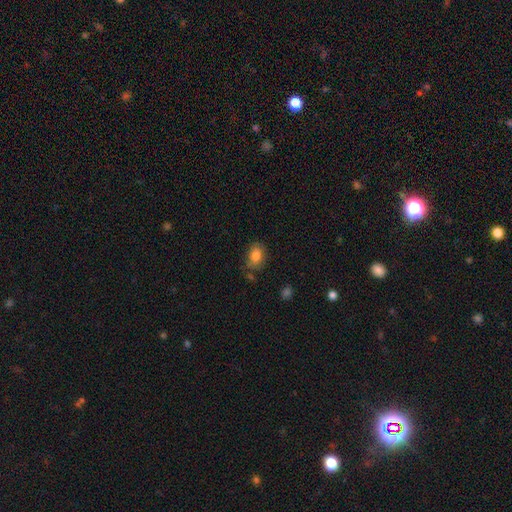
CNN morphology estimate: This is clearly a smooth galaxy (84%). How rounded: clearly in between (81%). Merging: likely none (71%).